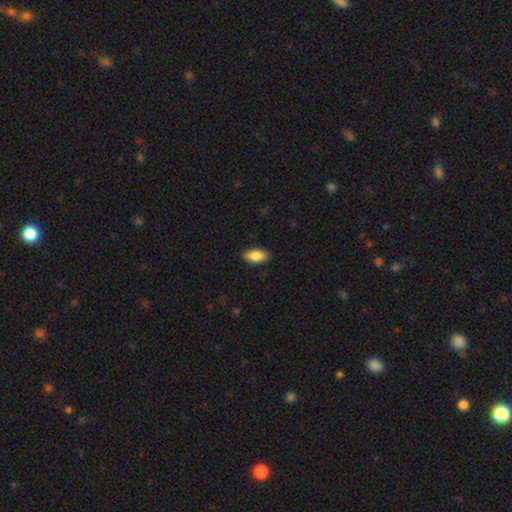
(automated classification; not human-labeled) A smooth galaxy with no disk features (85%) that is in between round and cigar-shaped (92%).

Vote fractions:
- Smooth or featured? smooth: 85% / featured or disk: 8% / star or artifact: 6%
- How rounded? in between: 92% / cigar-shaped: 5% / round: 3%
- Merging? none: 89% / minor disturbance: 8% / major disturbance: 2% / merger: 1%